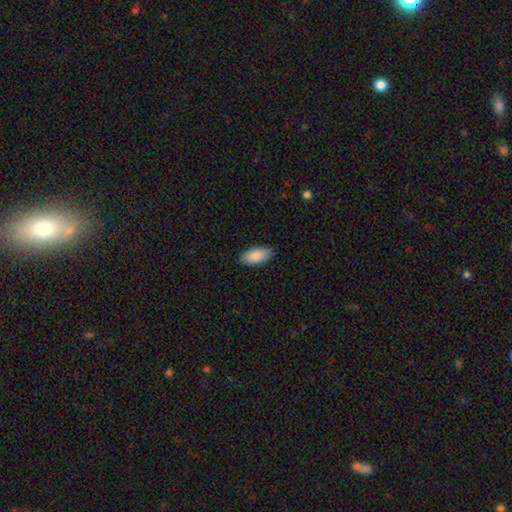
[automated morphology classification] Smooth or featured?
  - smooth: 89% *
  - star or artifact: 6%
  - featured or disk: 5%
How rounded?
  - in between: 92% *
  - cigar-shaped: 6%
  - round: 2%
Merging?
  - none: 88% *
  - minor disturbance: 9%
  - major disturbance: 2%
  - merger: 1%